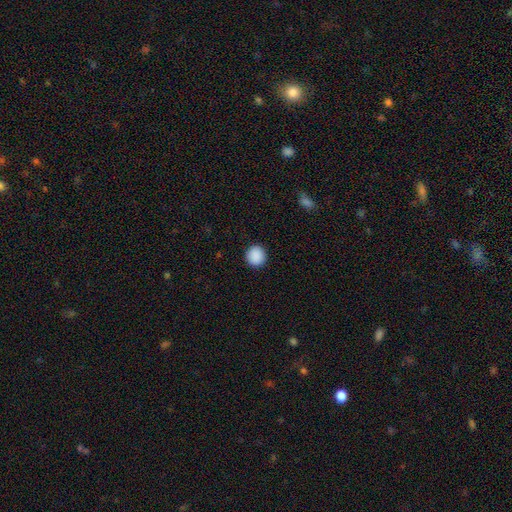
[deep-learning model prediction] smooth_or_featured: smooth (p=0.90) [alt: star or artifact p=0.08]
how_rounded: round (p=0.91) [alt: in between p=0.08]
merging: none (p=0.92) [alt: minor disturbance p=0.05]